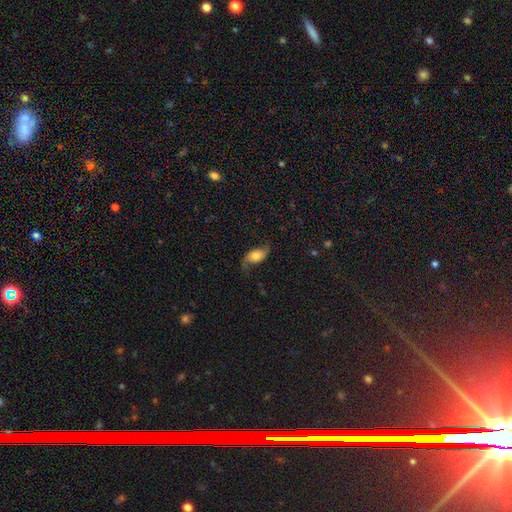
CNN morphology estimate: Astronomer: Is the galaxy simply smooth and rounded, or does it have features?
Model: featured or disk — 53% (runner-up: smooth, 39%).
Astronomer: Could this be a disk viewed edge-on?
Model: no — 91%.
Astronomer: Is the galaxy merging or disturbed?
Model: none — 67%.